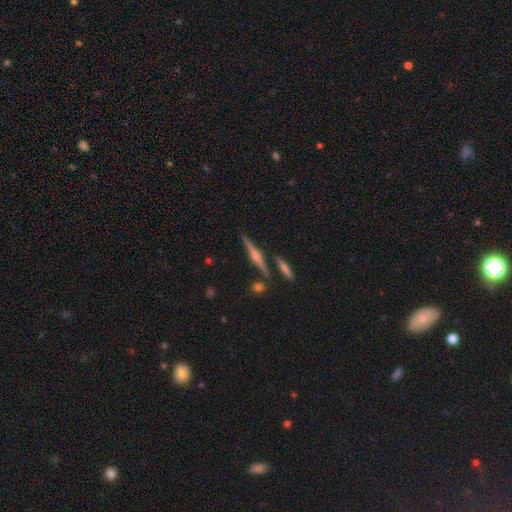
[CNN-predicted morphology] featured or disk 80%, smooth 12%, star or artifact 7%. Down the decision tree: edge-on disk — yes (98%); edge-on bulge — rounded (85%); merging — none (85%).